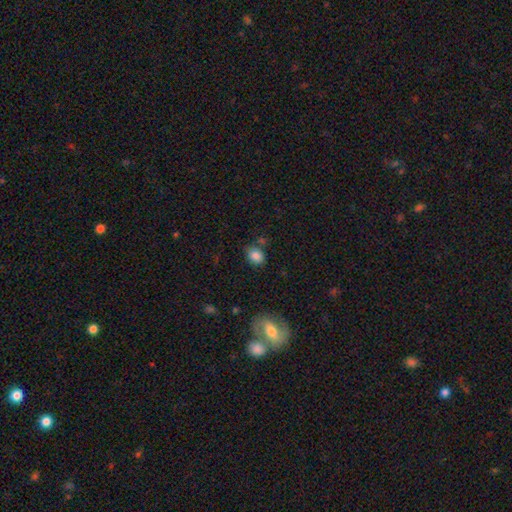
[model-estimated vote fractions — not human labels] smooth 84%, star or artifact 10%, featured or disk 6%. Down the decision tree: how rounded — in between (55%); merging — none (70%).